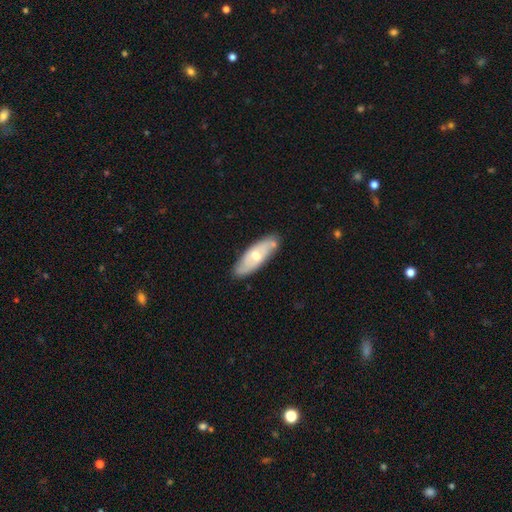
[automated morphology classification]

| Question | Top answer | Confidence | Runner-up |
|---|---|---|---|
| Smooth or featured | featured or disk | 49% | smooth (45%) |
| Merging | none | 78% | minor disturbance (15%) |